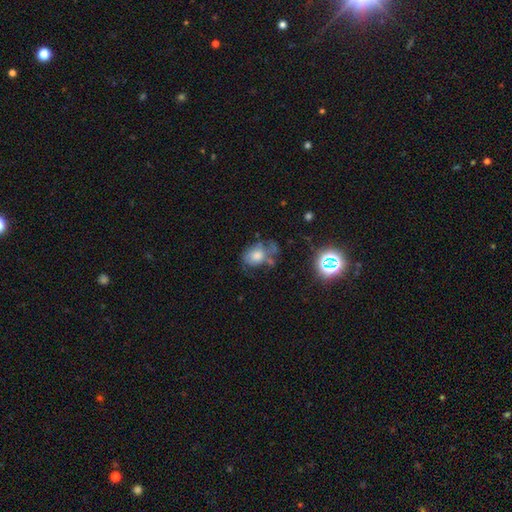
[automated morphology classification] Smooth or featured: smooth — 51% (featured or disk — 29%)
How rounded: in between — 60% (round — 39%)
Merging: none — 42% (minor disturbance — 27%)